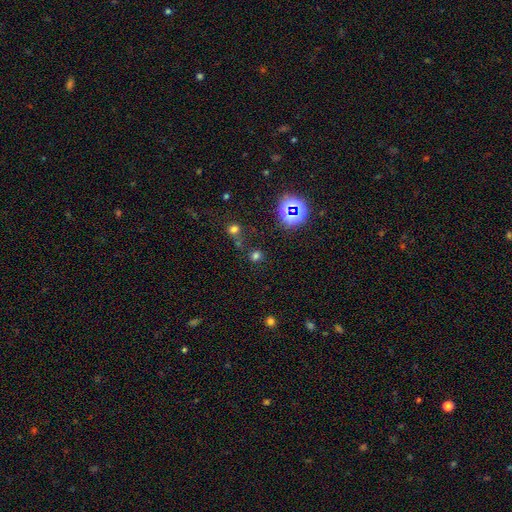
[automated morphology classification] Smooth or featured? smooth (60%)
How rounded? round (74%)
Merging? none (71%)